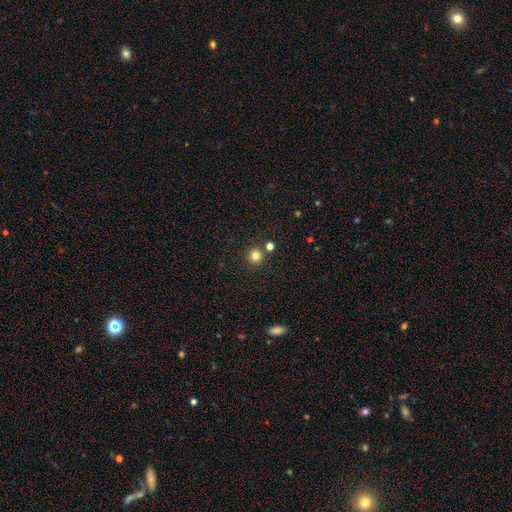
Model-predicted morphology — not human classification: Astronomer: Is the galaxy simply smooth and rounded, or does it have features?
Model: smooth — 80%.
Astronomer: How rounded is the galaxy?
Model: round — 94%.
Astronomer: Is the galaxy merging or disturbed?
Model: none — 84%.